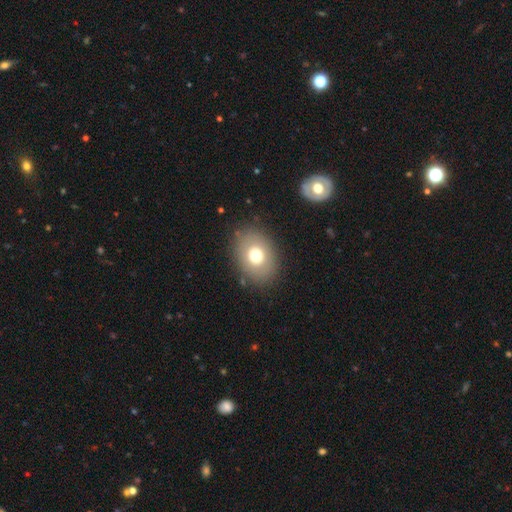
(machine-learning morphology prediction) smooth 71%, featured or disk 19%, star or artifact 10%. Down the decision tree: how rounded — in between (63%); merging — none (85%).